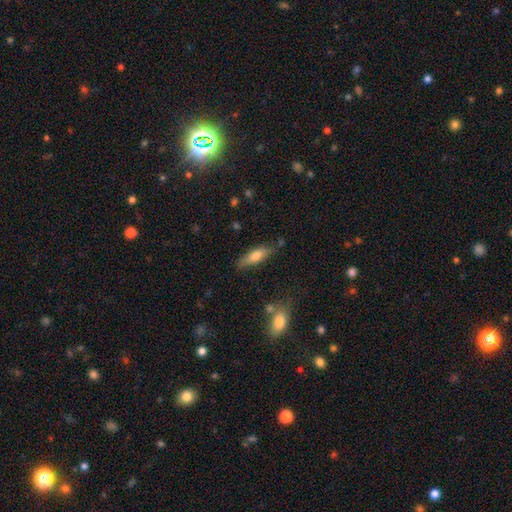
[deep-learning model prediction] The model was most divided on "how rounded": cigar-shaped: 52%, in between: 46%, round: 2%. More confident: merging — none (74%); smooth or featured — smooth (68%).